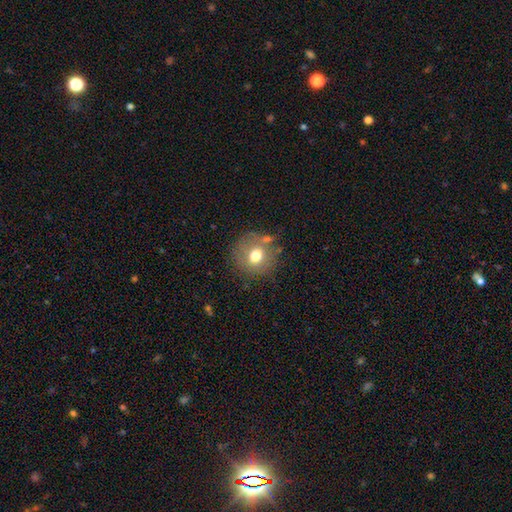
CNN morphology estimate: Q: Smooth or featured?
A: smooth (69%); runner-up: featured or disk (19%)
Q: How rounded?
A: round (87%); runner-up: in between (12%)
Q: Merging?
A: none (71%); runner-up: minor disturbance (15%)